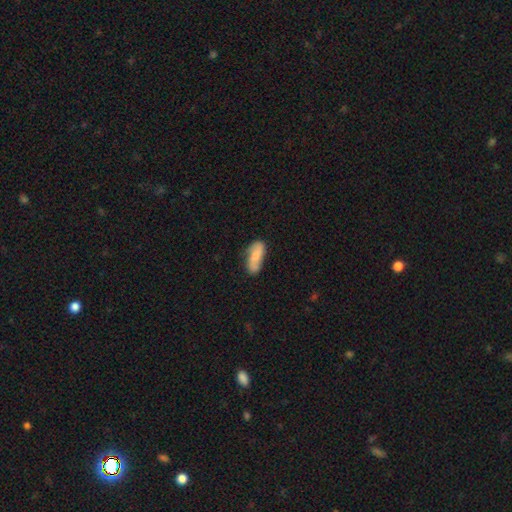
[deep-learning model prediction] This appears to be a smooth galaxy with no disk features (59%) that is in between round and cigar-shaped (79%). Merging: none (66%).